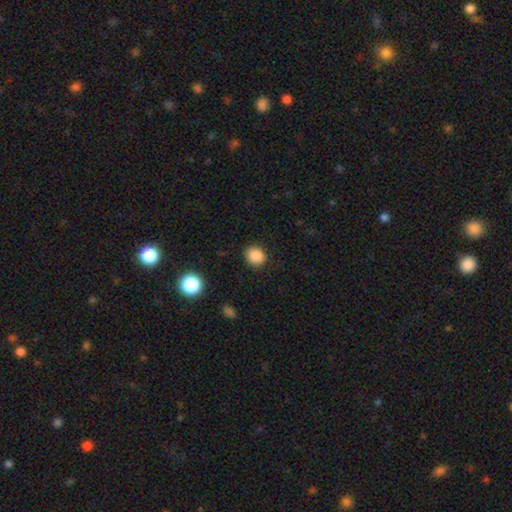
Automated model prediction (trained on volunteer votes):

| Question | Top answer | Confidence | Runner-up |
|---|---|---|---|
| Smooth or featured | smooth | 87% | star or artifact (10%) |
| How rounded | round | 80% | in between (19%) |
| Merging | none | 89% | minor disturbance (7%) |